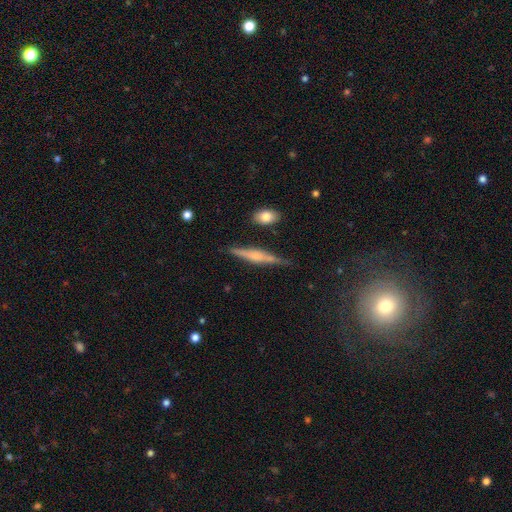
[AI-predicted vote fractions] Smooth or featured?
  - featured or disk: 62% *
  - smooth: 30%
  - star or artifact: 8%
Edge-on disk?
  - yes: 96% *
  - no: 4%
Edge-on bulge?
  - rounded: 57% *
  - boxy: 26%
  - none: 16%
Merging?
  - none: 78% *
  - minor disturbance: 16%
  - major disturbance: 3%
  - merger: 3%